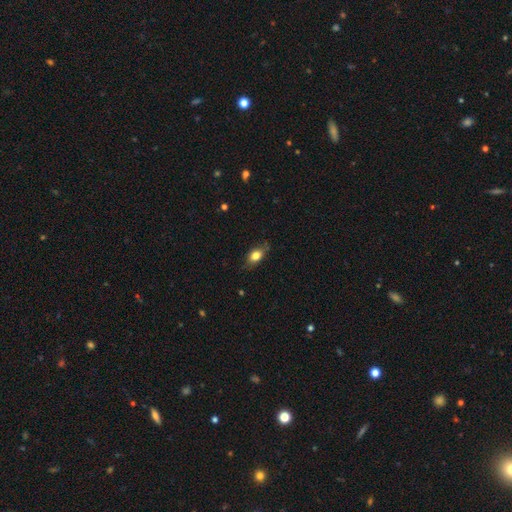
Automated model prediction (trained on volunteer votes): Smooth or featured? smooth (78%)
How rounded? in between (79%)
Merging? none (74%)